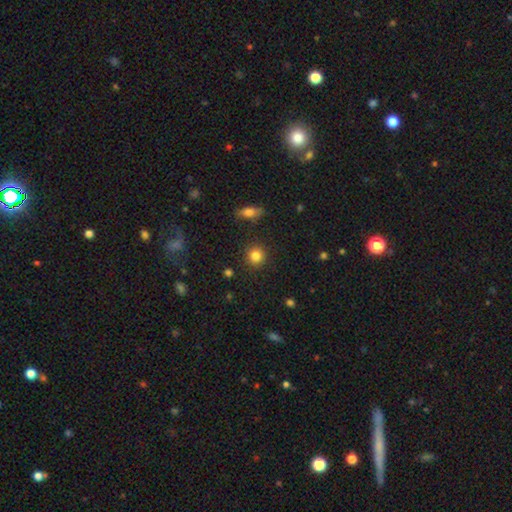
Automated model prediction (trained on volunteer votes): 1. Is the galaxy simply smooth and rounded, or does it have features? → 84% smooth, 11% star or artifact, 6% featured or disk.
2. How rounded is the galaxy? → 92% round, 7% in between, 1% cigar-shaped.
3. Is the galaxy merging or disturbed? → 90% none, 6% minor disturbance, 2% major disturbance, 2% merger.